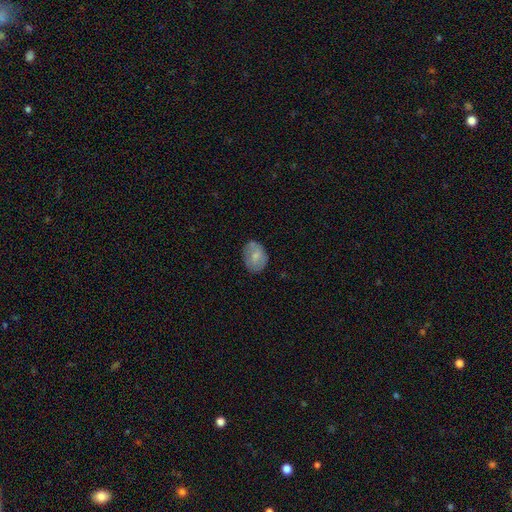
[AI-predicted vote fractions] A smooth galaxy with no disk features (69%) that is in between round and cigar-shaped (67%).

Vote fractions:
- Smooth or featured? smooth: 69% / featured or disk: 24% / star or artifact: 7%
- How rounded? in between: 67% / round: 32% / cigar-shaped: 1%
- Merging? none: 68% / minor disturbance: 23% / major disturbance: 6% / merger: 2%